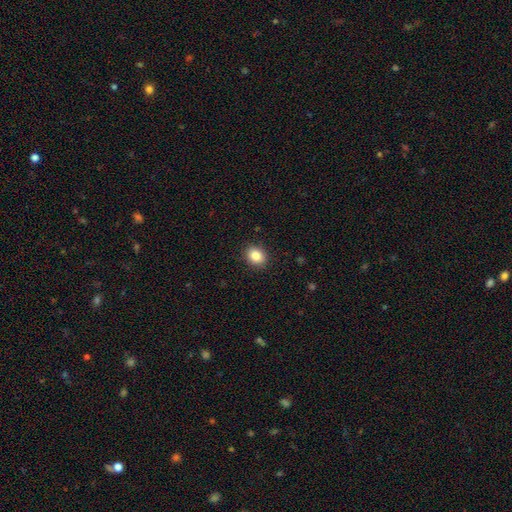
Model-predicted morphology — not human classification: The model was most divided on "how rounded": round: 60%, in between: 39%, cigar-shaped: 1%. More confident: merging — none (90%); smooth or featured — smooth (85%).